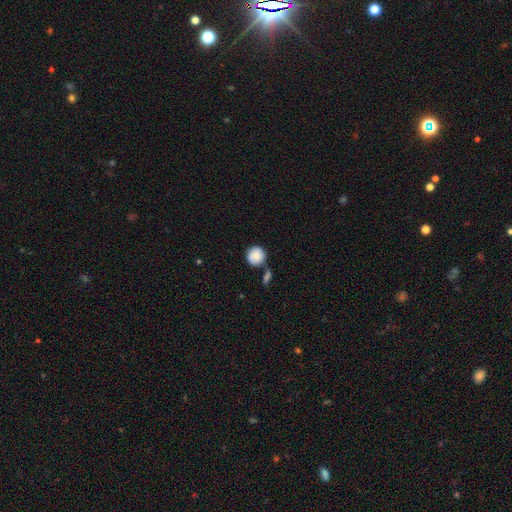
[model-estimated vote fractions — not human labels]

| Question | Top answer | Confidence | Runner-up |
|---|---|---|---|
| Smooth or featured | smooth | 85% | featured or disk (8%) |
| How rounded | round | 93% | in between (6%) |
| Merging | none | 59% | merger (21%) |